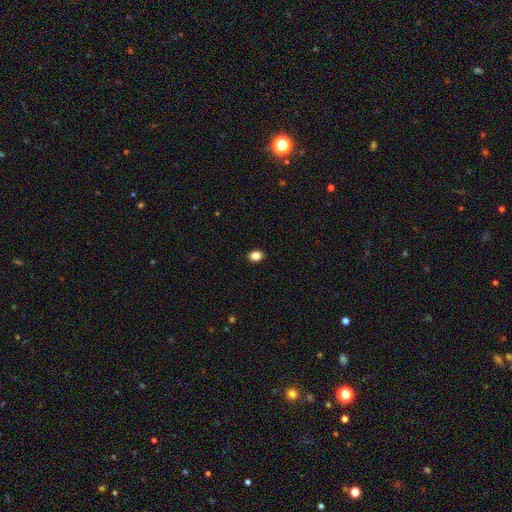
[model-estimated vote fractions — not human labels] Q: Smooth or featured?
A: smooth (86%); runner-up: star or artifact (10%)
Q: How rounded?
A: in between (70%); runner-up: round (29%)
Q: Merging?
A: none (90%); runner-up: minor disturbance (7%)